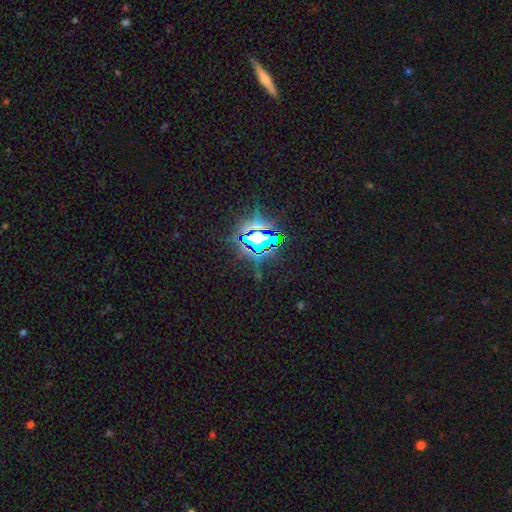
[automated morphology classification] type=star or artifact (80%).